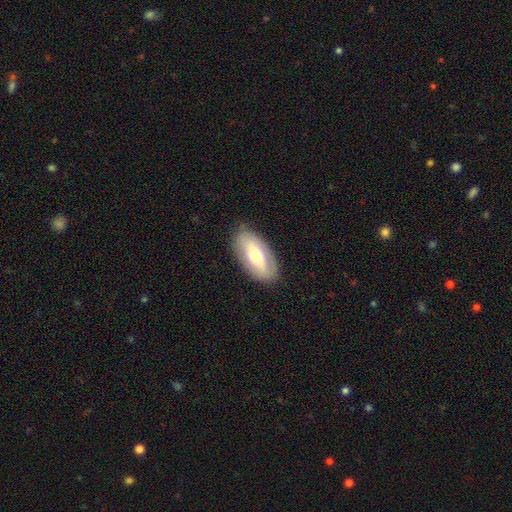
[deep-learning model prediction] The model was most divided on "smooth or featured": smooth: 54%, featured or disk: 40%, star or artifact: 6%. More confident: how rounded — in between (90%); merging — none (83%).